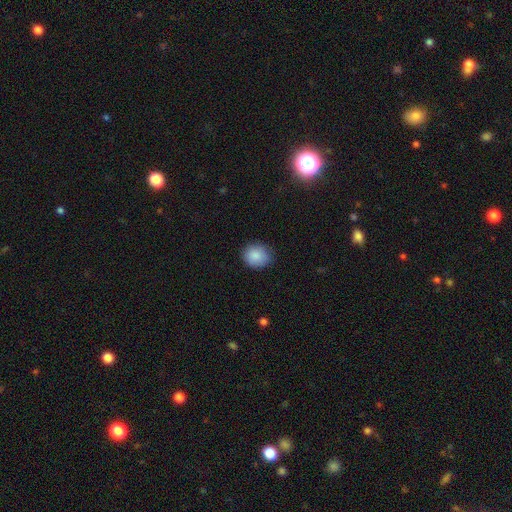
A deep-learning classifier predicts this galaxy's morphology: Smooth or featured: smooth — 87% (star or artifact — 7%)
How rounded: round — 71% (in between — 28%)
Merging: none — 79% (minor disturbance — 17%)